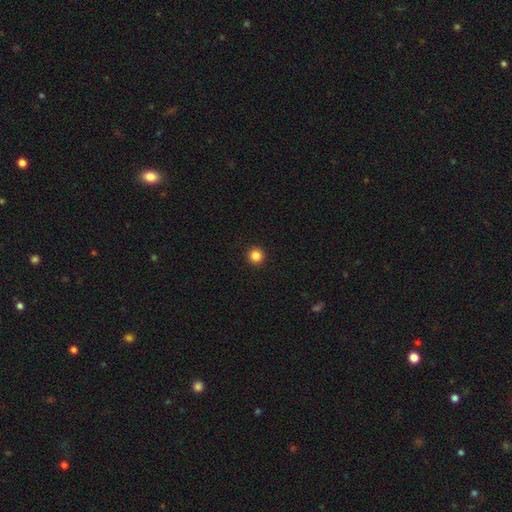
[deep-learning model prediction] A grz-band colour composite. It shows a smooth galaxy with no disk features (86%) that is round (96%). Merging: none (93%).